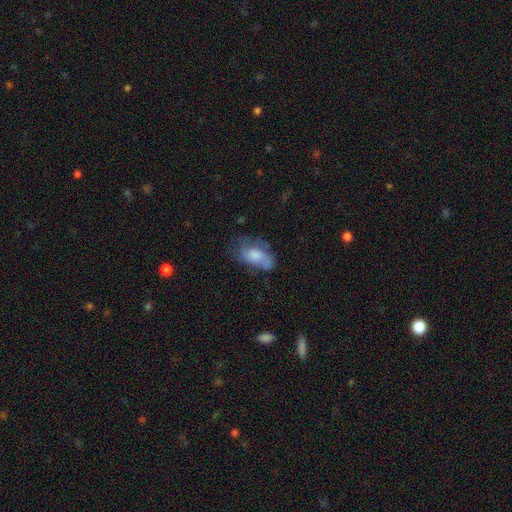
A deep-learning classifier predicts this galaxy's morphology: Q: Smooth or featured?
A: smooth (61%); runner-up: featured or disk (30%)
Q: How rounded?
A: in between (90%); runner-up: round (7%)
Q: Merging?
A: none (38%); runner-up: minor disturbance (31%)